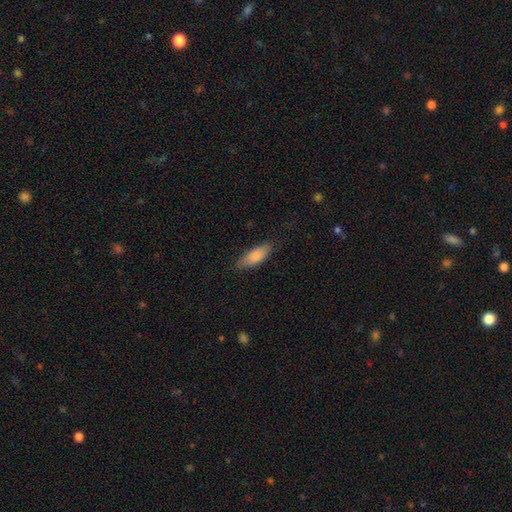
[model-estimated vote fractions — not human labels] Smooth or featured? Predicted: smooth (p=0.86). How rounded? Predicted: in between (p=0.71). Merging? Predicted: none (p=0.80).